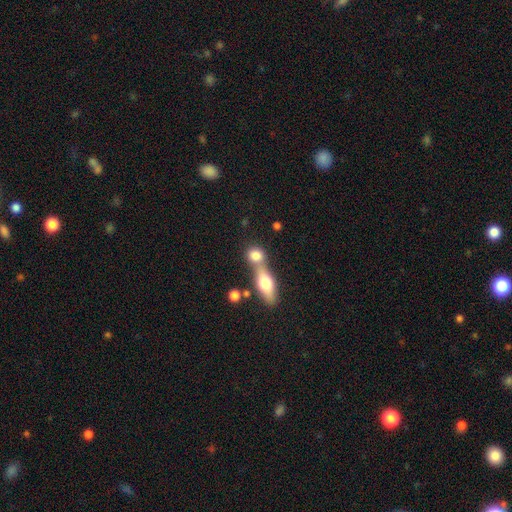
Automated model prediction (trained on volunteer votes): A smooth galaxy with no disk features (78%) that is round (56%). Merging: merger (55%).